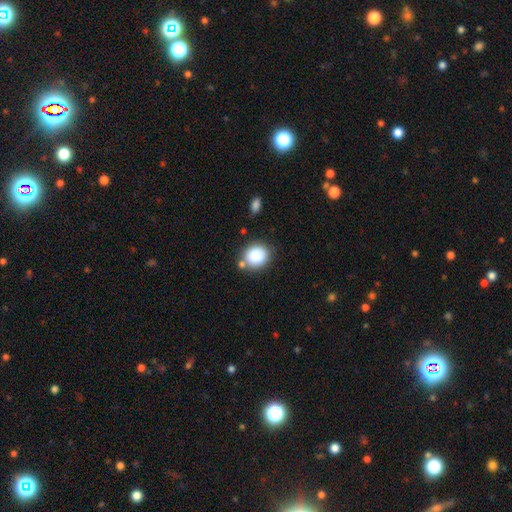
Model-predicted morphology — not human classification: This is clearly a smooth galaxy (85%). How rounded: likely round (73%). Merging: likely none (69%).